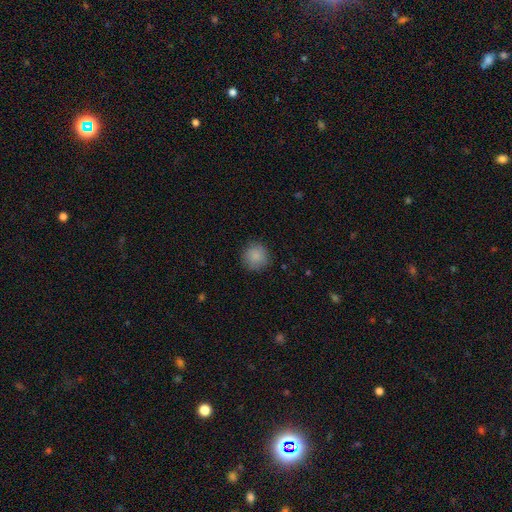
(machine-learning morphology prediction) This is clearly a smooth galaxy (88%). How rounded: clearly round (94%). Merging: clearly none (88%).